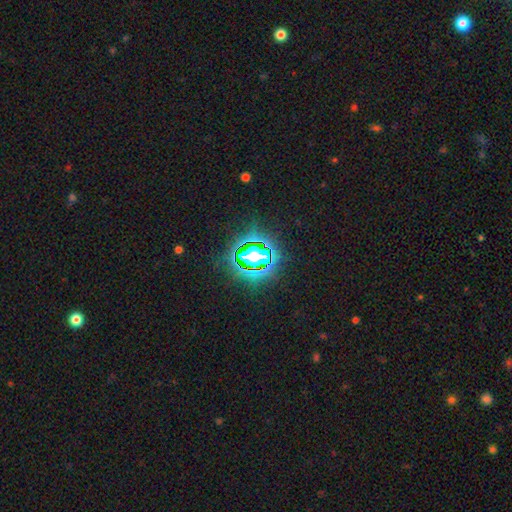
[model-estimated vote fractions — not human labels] Overall: star or artifact (83%).